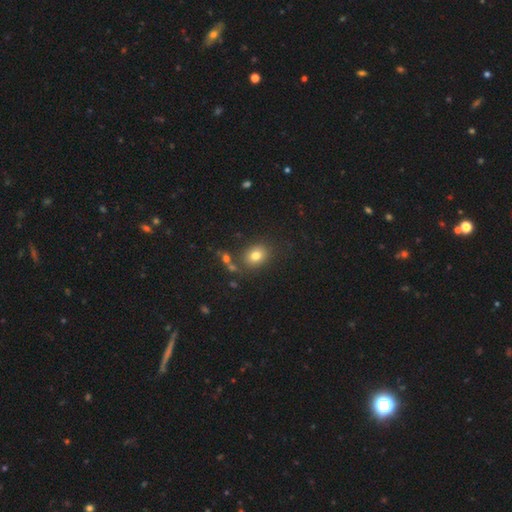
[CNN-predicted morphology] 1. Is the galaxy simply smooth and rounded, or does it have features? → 78% smooth, 12% star or artifact, 9% featured or disk.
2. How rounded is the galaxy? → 53% round, 46% in between, 1% cigar-shaped.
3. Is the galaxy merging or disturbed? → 77% none, 11% minor disturbance, 8% merger, 4% major disturbance.